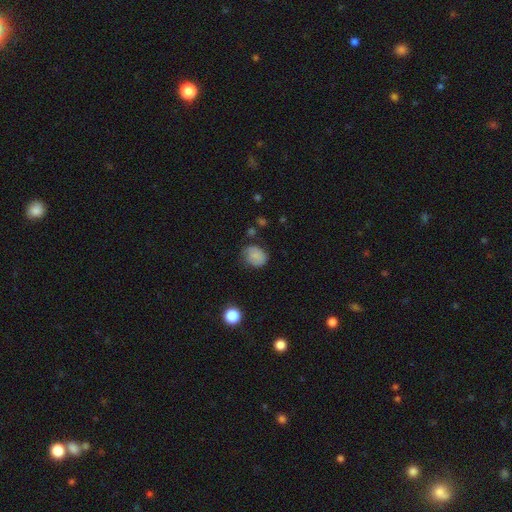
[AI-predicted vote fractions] smooth-or-featured: smooth: 75% | featured or disk: 16% | star or artifact: 9%
  how-rounded: round: 59% | in between: 40% | cigar-shaped: 1%
  merging: none: 59% | minor disturbance: 29% | major disturbance: 9% | merger: 2%